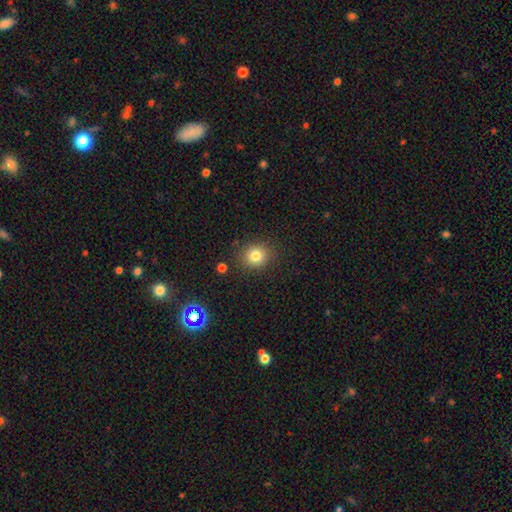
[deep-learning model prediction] A smooth galaxy with no disk features (81%) that is round (79%). Merging: none (86%).